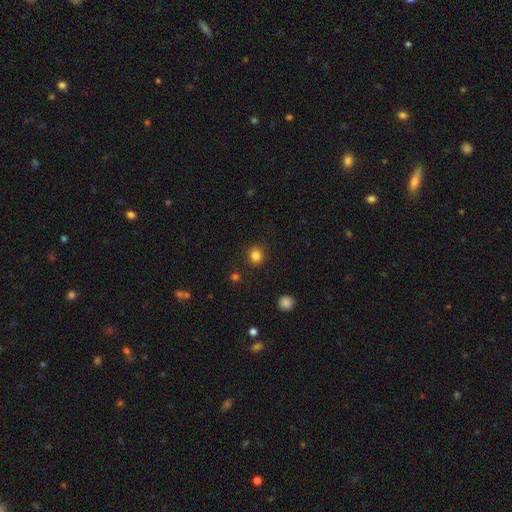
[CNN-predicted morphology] smooth_or_featured: smooth (p=0.83) [alt: star or artifact p=0.12]
how_rounded: round (p=0.80) [alt: in between p=0.19]
merging: none (p=0.89) [alt: minor disturbance p=0.07]